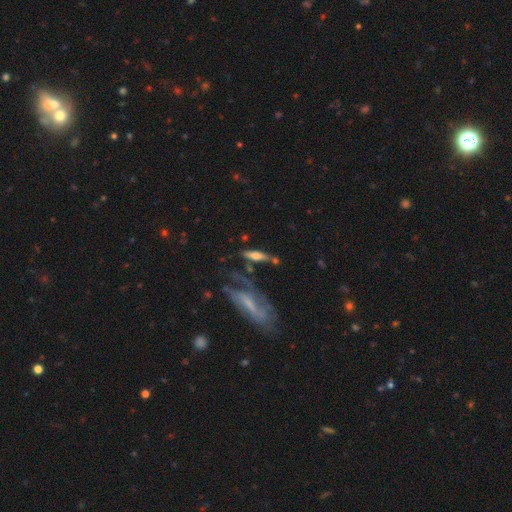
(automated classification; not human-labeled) smooth 47%, featured or disk 45%, star or artifact 8%. Down the decision tree: merging — none (58%).